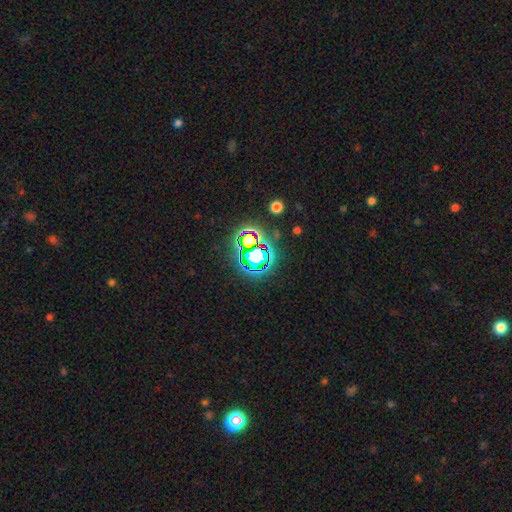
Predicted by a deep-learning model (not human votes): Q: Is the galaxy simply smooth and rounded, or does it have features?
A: star or artifact — 70%.